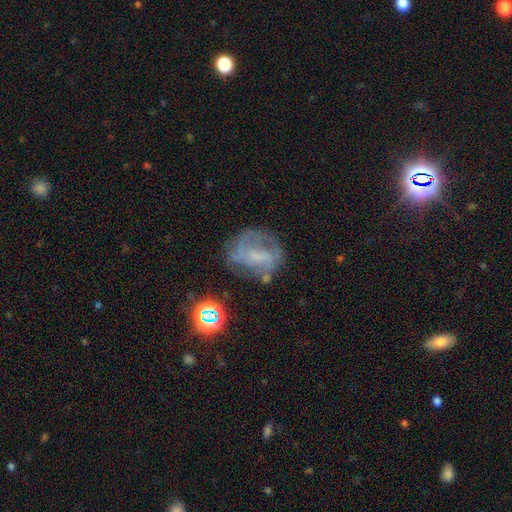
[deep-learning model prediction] Smooth or featured? Predicted: featured or disk (p=0.60). Edge-on disk? Predicted: no (p=0.97). Bar? Predicted: no (p=0.52). Spiral arms? Predicted: yes (p=0.64). Bulge size? Predicted: none (p=0.40). Merging? Predicted: none (p=0.54).